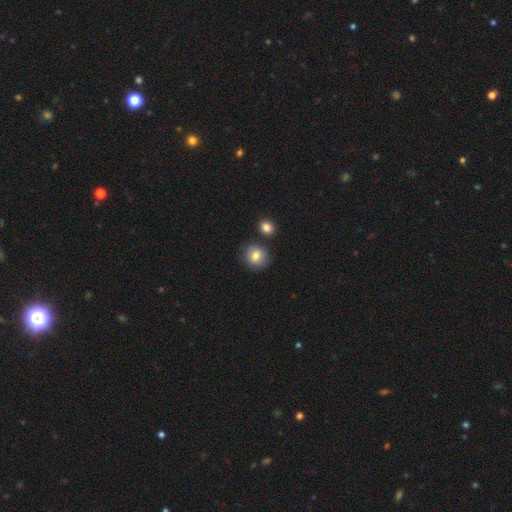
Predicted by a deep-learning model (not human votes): smooth 80%, featured or disk 10%, star or artifact 9%. Down the decision tree: how rounded — round (85%); merging — none (79%).